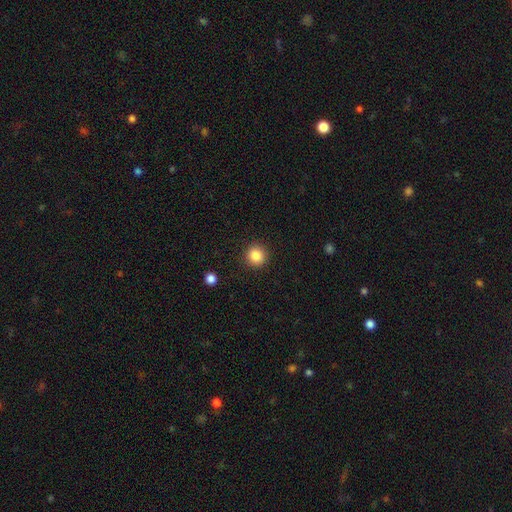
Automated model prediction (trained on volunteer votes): smooth 86%, star or artifact 10%, featured or disk 4%. Down the decision tree: how rounded — round (93%); merging — none (91%).